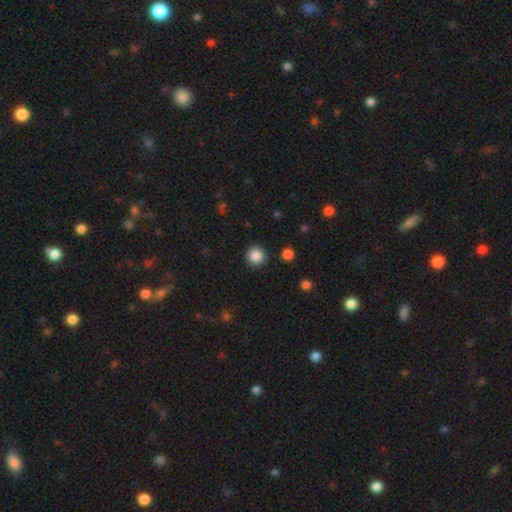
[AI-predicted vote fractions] This is clearly a smooth galaxy (87%). How rounded: clearly round (95%). Merging: clearly none (91%).